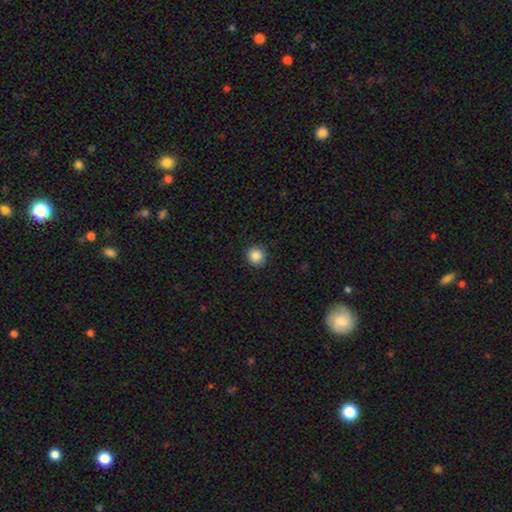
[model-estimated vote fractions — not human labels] A smooth galaxy with no disk features (87%) that is round (94%).

Vote fractions:
- Smooth or featured? smooth: 87% / star or artifact: 10% / featured or disk: 3%
- How rounded? round: 94% / in between: 5% / cigar-shaped: 1%
- Merging? none: 90% / minor disturbance: 7% / major disturbance: 2% / merger: 1%